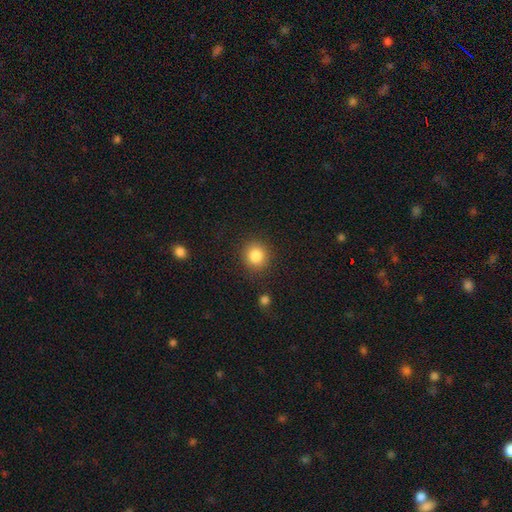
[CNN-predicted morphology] The model was most divided on "smooth or featured": smooth: 84%, star or artifact: 10%, featured or disk: 5%. More confident: merging — none (88%); how rounded — round (87%).